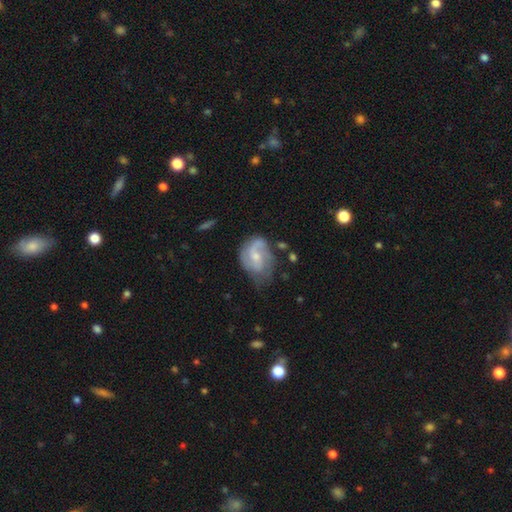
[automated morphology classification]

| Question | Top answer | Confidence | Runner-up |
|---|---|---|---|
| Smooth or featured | featured or disk | 74% | smooth (20%) |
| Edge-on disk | no | 97% | yes (3%) |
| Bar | no | 48% | weak (44%) |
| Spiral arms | yes | 90% | no (10%) |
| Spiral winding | medium | 47% | loose (28%) |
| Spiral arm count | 2 | 57% | can't tell (16%) |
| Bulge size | small | 47% | moderate (43%) |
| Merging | none | 49% | minor disturbance (30%) |